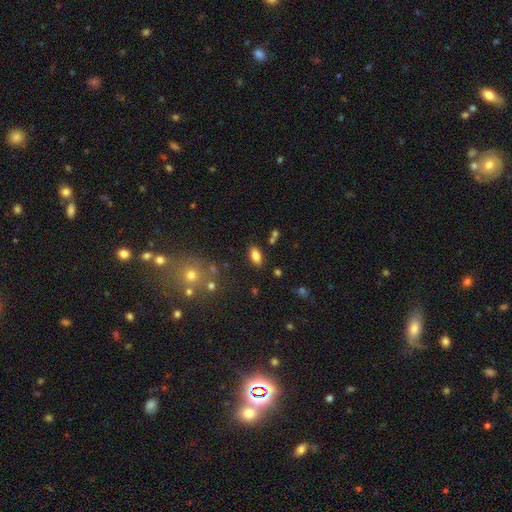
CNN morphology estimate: The model was most divided on "smooth or featured": smooth: 79%, featured or disk: 11%, star or artifact: 10%. More confident: how rounded — in between (90%); merging — none (82%).